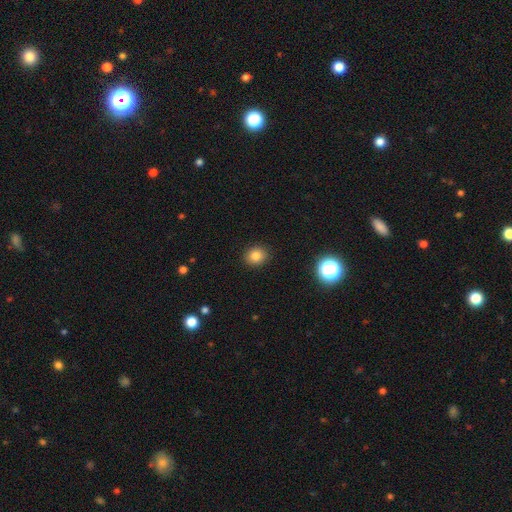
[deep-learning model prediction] Smooth or featured?
  - smooth: 82% *
  - star or artifact: 13%
  - featured or disk: 6%
How rounded?
  - round: 76% *
  - in between: 23%
  - cigar-shaped: 1%
Merging?
  - none: 90% *
  - minor disturbance: 7%
  - major disturbance: 2%
  - merger: 1%